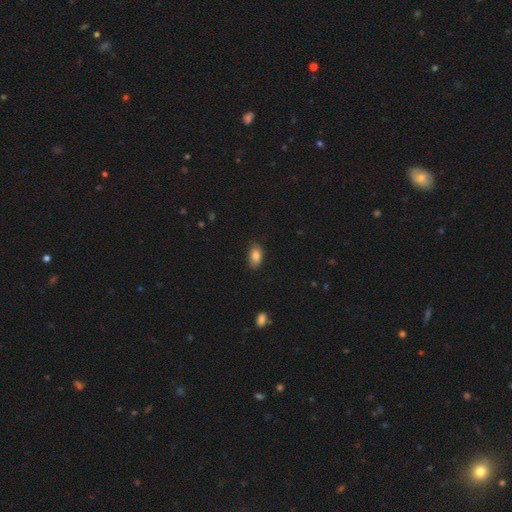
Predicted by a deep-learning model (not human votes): Overall: smooth (84%). How rounded: in between (89%). Merging: none (81%).